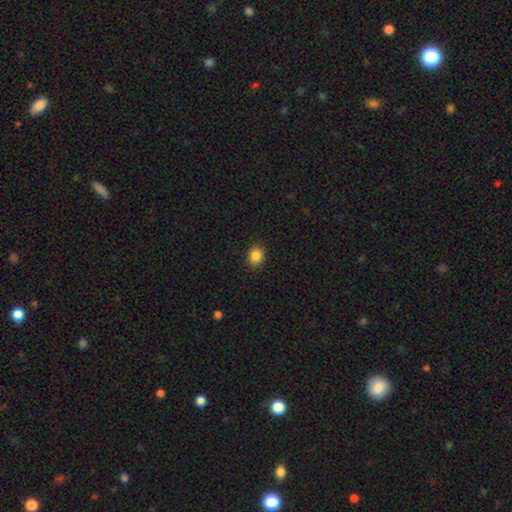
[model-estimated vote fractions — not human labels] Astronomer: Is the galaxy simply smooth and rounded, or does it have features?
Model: smooth — 86%.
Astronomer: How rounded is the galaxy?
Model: round — 55% (runner-up: in between, 44%).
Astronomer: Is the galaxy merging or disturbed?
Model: none — 90%.